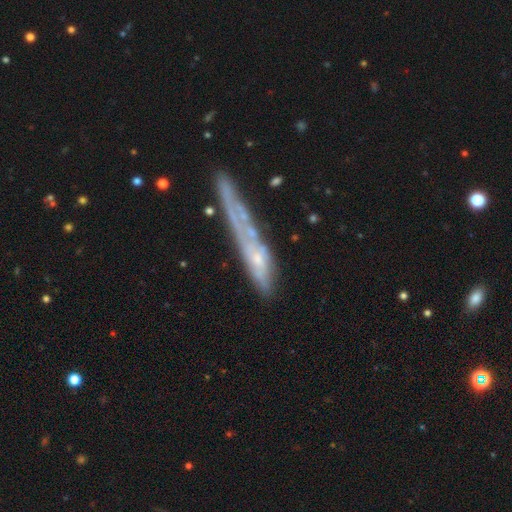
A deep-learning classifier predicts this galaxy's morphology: Smooth or featured? featured or disk (57%)
Edge-on disk? yes (61%)
Merging? none (50%)